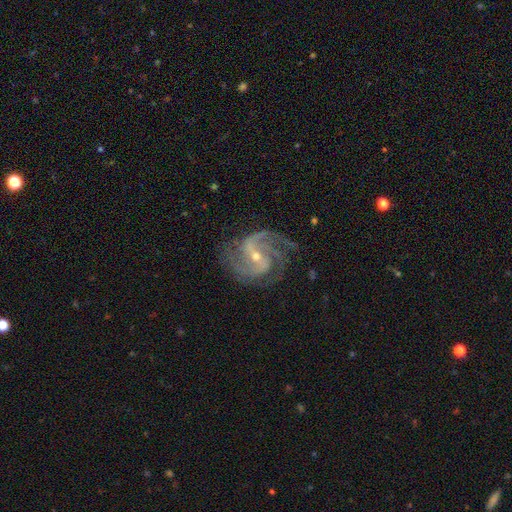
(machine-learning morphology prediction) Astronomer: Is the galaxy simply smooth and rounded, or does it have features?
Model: featured or disk — 92%.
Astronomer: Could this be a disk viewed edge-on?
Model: no — 98%.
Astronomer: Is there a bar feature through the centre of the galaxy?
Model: weak — 43% (runner-up: strong, 36%).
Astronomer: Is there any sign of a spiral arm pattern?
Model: yes — 98%.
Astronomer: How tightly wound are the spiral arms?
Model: medium — 57%.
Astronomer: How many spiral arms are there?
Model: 2 — 42% (runner-up: 3, 33%).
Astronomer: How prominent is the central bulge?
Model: small — 60% (runner-up: moderate, 37%).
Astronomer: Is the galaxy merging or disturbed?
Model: none — 73%.